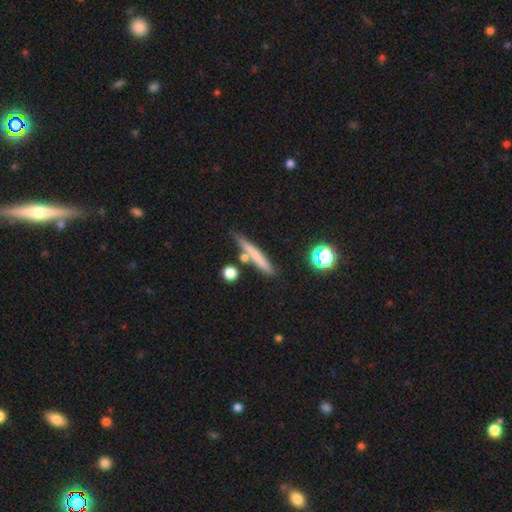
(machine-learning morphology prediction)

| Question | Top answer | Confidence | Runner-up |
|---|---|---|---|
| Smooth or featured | smooth | 64% | featured or disk (27%) |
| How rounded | cigar-shaped | 90% | in between (6%) |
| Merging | none | 73% | minor disturbance (12%) |